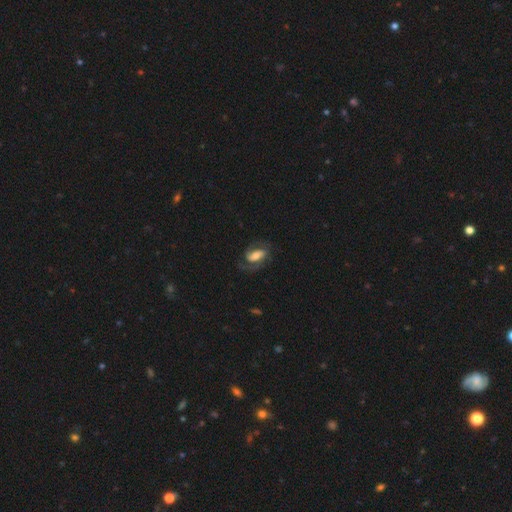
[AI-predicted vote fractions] This appears to be a featured or disk galaxy (77%) with a weak bar (40%), 2 (82%) medium (51%) spiral arms (94%) and a moderate central bulge (50%). Merging: none (66%).